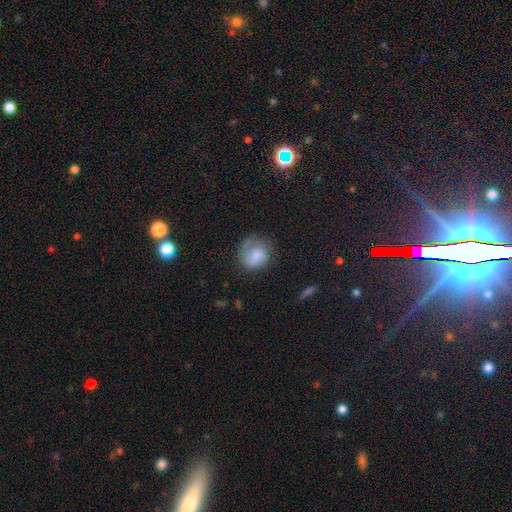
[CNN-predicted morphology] Smooth or featured? Predicted: smooth (p=0.65). How rounded? Predicted: round (p=0.73). Merging? Predicted: none (p=0.53).